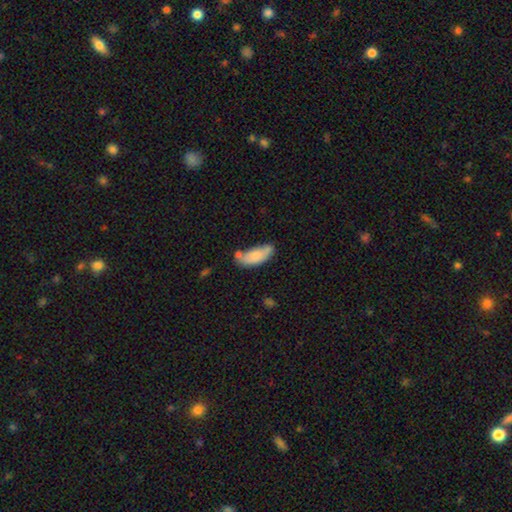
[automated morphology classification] Smooth or featured?
  - smooth: 79% *
  - featured or disk: 14%
  - star or artifact: 7%
How rounded?
  - in between: 81% *
  - cigar-shaped: 17%
  - round: 2%
Merging?
  - none: 48% *
  - minor disturbance: 27%
  - merger: 17%
  - major disturbance: 9%